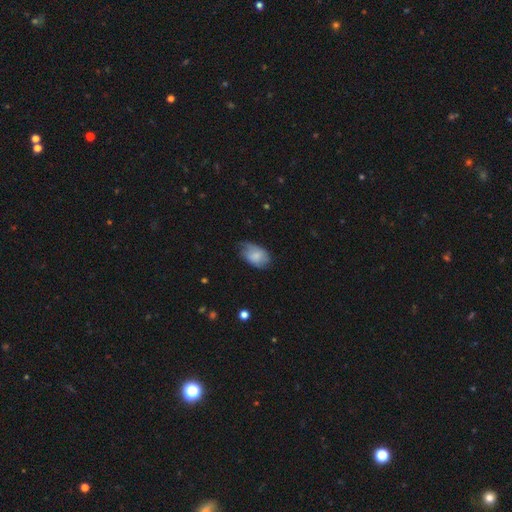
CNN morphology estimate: A smooth galaxy with no disk features (79%) that is in between round and cigar-shaped (88%). Merging: none (55%).